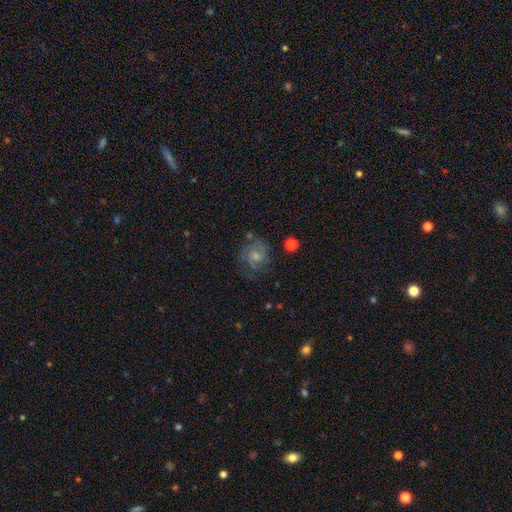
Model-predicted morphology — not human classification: Smooth or featured? Predicted: featured or disk (p=0.62). Edge-on disk? Predicted: no (p=0.98). Bar? Predicted: no (p=0.70). Spiral arms? Predicted: yes (p=0.85). Spiral winding? Predicted: tight (p=0.45). Spiral arm count? Predicted: 2 (p=0.41). Bulge size? Predicted: small (p=0.52). Merging? Predicted: none (p=0.57).